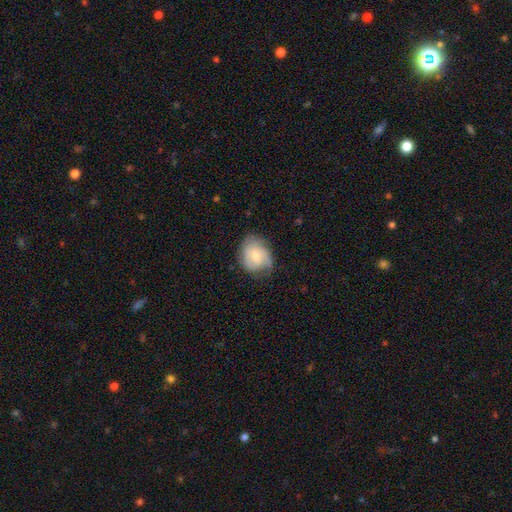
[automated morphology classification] This is possibly a featured or disk galaxy (50%). It is clearly not viewed edge-on (97%). Merging: possibly none (58%).